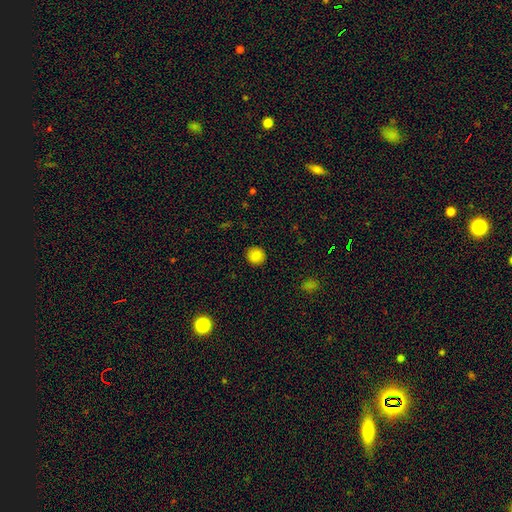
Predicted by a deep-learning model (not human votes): Smooth or featured: smooth — 85% (star or artifact — 9%)
How rounded: round — 92% (in between — 8%)
Merging: none — 92% (minor disturbance — 5%)